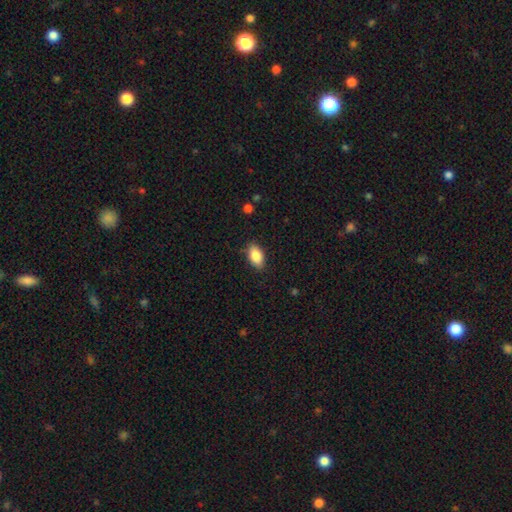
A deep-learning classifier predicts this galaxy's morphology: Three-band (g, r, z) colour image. It shows a smooth galaxy with no disk features (85%) that is in between round and cigar-shaped (91%). Merging: none (85%).